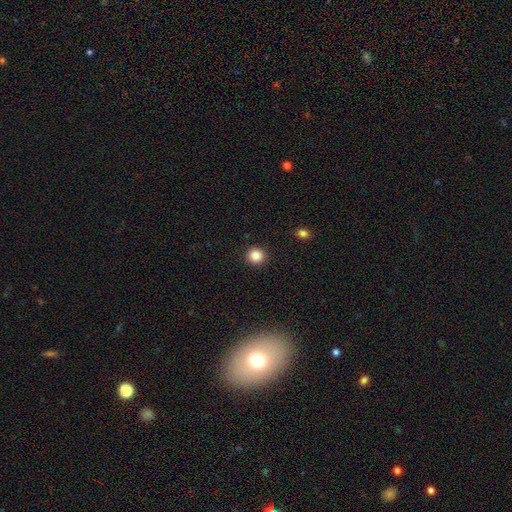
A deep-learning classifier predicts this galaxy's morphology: Overall: smooth (86%). How rounded: round (92%). Merging: none (92%).